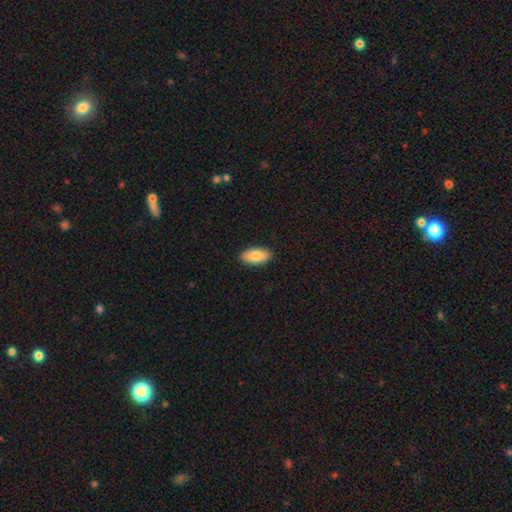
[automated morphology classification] Smooth or featured? smooth (84%)
How rounded? in between (91%)
Merging? none (89%)